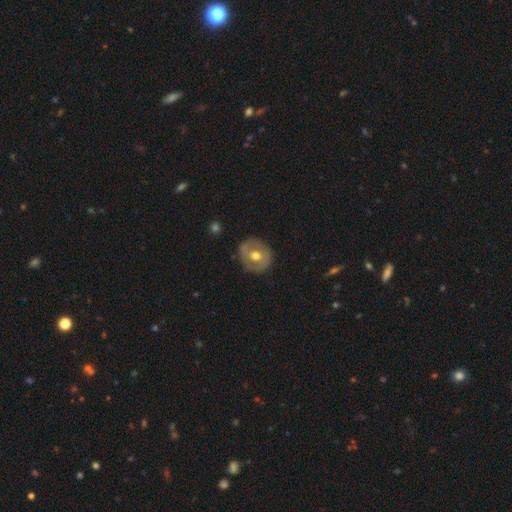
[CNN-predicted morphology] This is possibly a featured or disk galaxy (51%). It is clearly not viewed edge-on (95%). Merging: clearly none (82%).